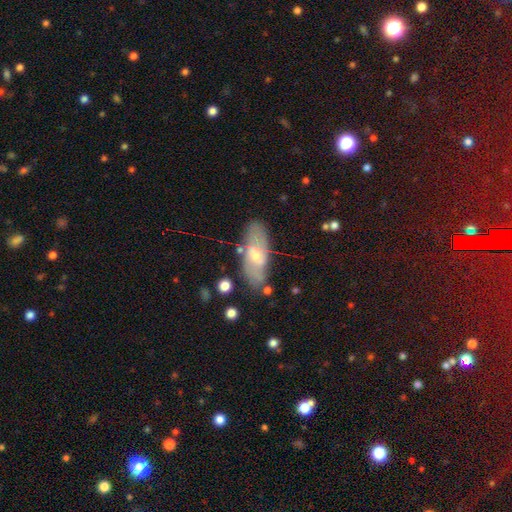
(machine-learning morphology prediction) Smooth or featured: featured or disk — 50% (smooth — 43%)
Merging: none — 75% (minor disturbance — 16%)